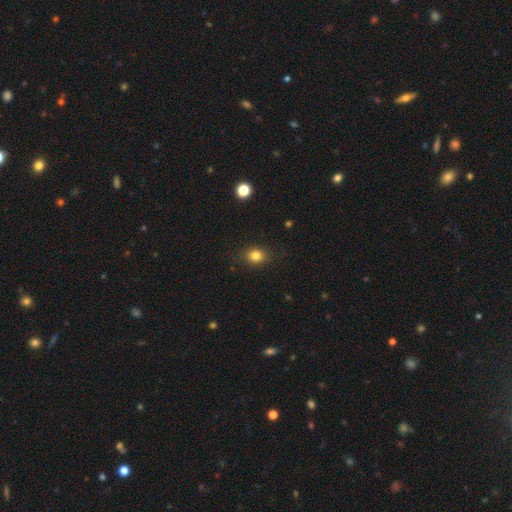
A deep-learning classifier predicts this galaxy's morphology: smooth_or_featured: smooth (p=0.82) [alt: star or artifact p=0.12]
how_rounded: round (p=0.63) [alt: in between p=0.36]
merging: none (p=0.85) [alt: minor disturbance p=0.10]